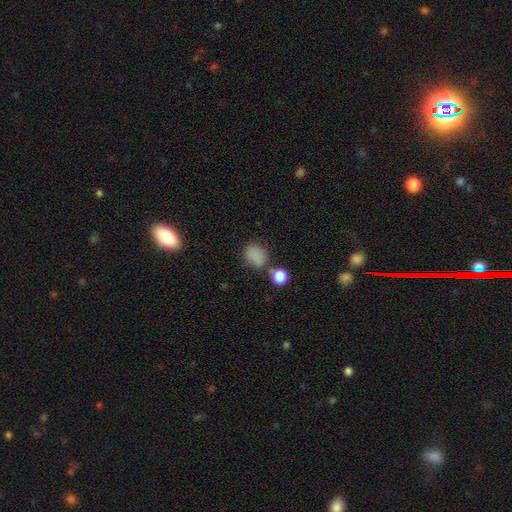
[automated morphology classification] Smooth or featured? Predicted: smooth (p=0.81). How rounded? Predicted: round (p=0.54). Merging? Predicted: none (p=0.66).